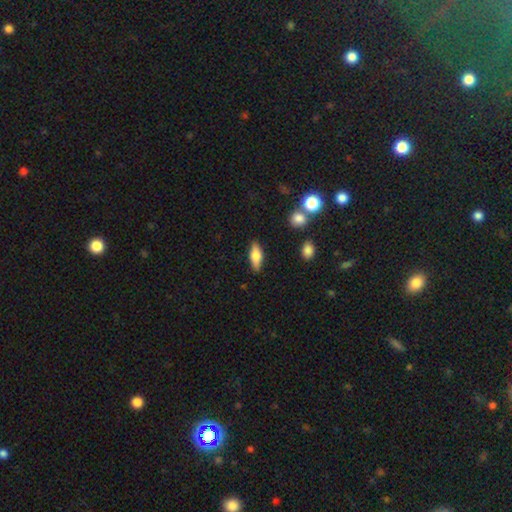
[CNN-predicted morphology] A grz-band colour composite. It shows a smooth galaxy with no disk features (68%) that is in between round and cigar-shaped (70%). Merging: none (86%).